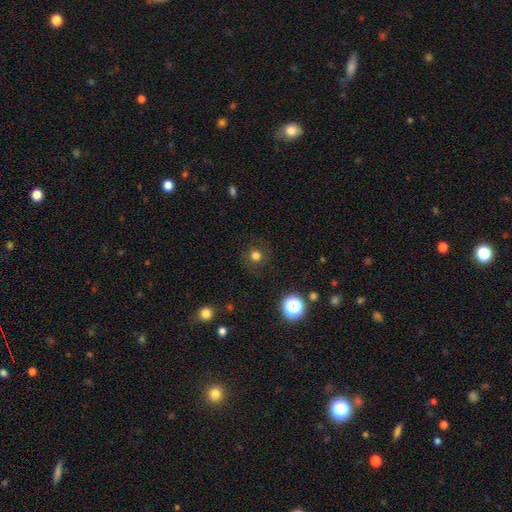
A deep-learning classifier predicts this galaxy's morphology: Overall: smooth (75%). How rounded: round (91%). Merging: none (85%).